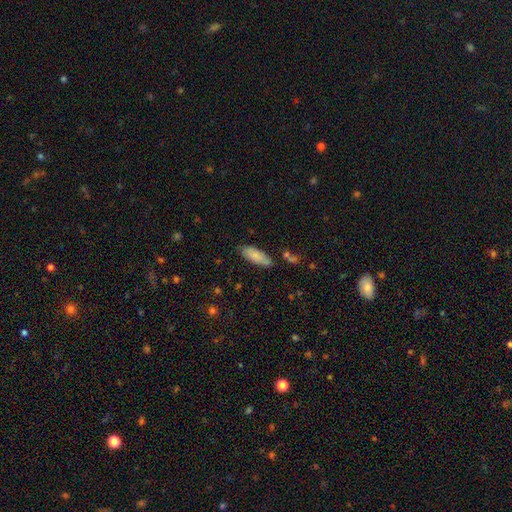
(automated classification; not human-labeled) smooth-or-featured: smooth: 82% | featured or disk: 11% | star or artifact: 6%
  how-rounded: in between: 72% | cigar-shaped: 26% | round: 2%
  merging: none: 75% | minor disturbance: 17% | merger: 4% | major disturbance: 4%